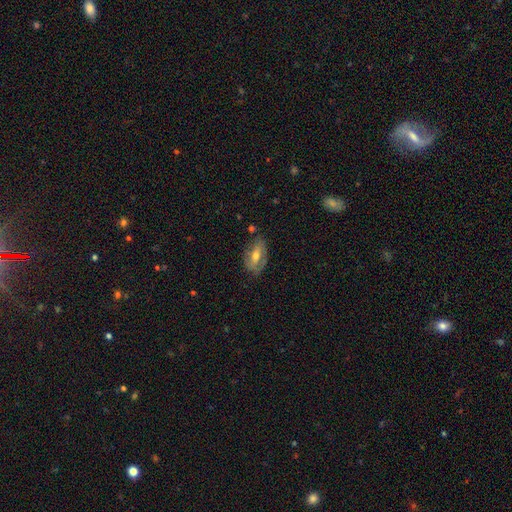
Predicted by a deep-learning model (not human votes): Smooth or featured? Predicted: featured or disk (p=0.53). Edge-on disk? Predicted: no (p=0.87). Merging? Predicted: none (p=0.66).